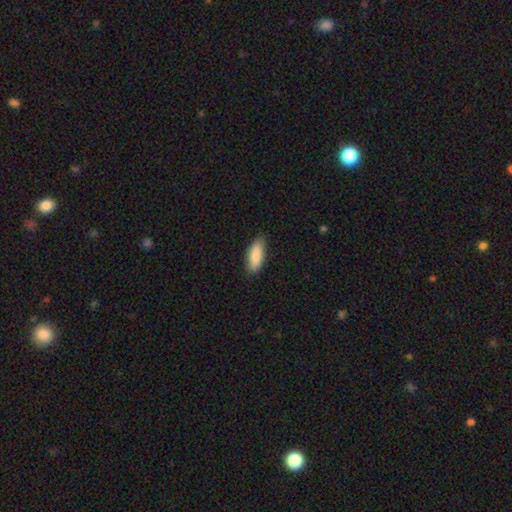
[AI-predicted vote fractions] smooth 88%, featured or disk 7%, star or artifact 6%. Down the decision tree: how rounded — in between (73%); merging — none (83%).